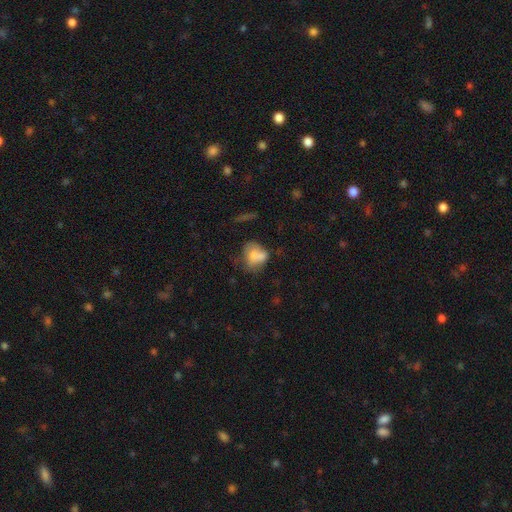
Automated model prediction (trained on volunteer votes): Smooth or featured? smooth (67%)
How rounded? in between (54%)
Merging? none (32%)